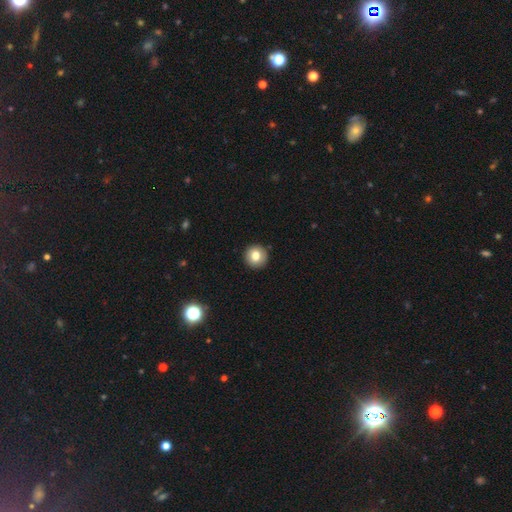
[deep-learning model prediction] This is likely a smooth galaxy (80%). How rounded: clearly round (94%). Merging: clearly none (92%).